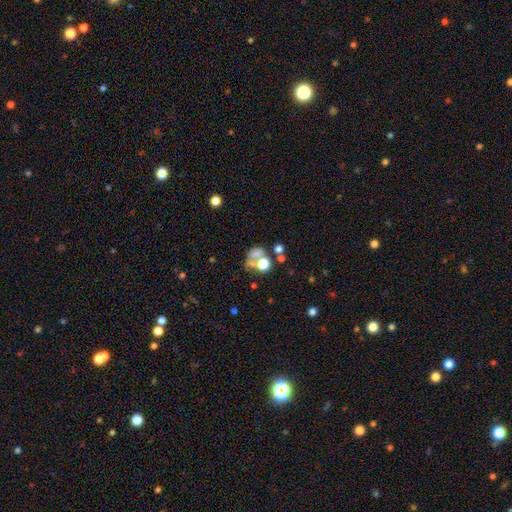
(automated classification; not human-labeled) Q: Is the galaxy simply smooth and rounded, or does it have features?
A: smooth — 56%.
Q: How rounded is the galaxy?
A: round — 56%.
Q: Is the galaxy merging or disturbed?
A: merger — 46%.